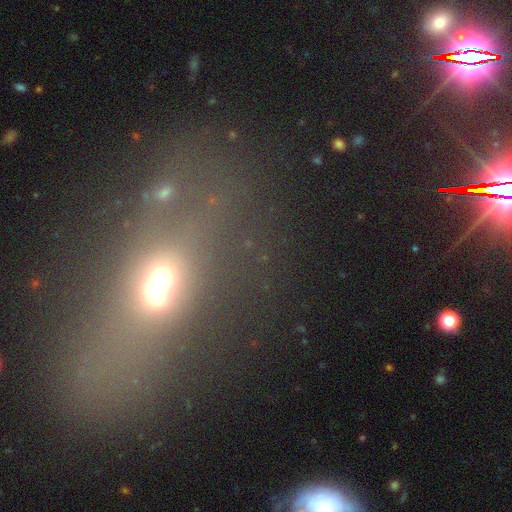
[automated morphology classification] The model was most divided on "smooth or featured": star or artifact: 43%, smooth: 33%, featured or disk: 24%.